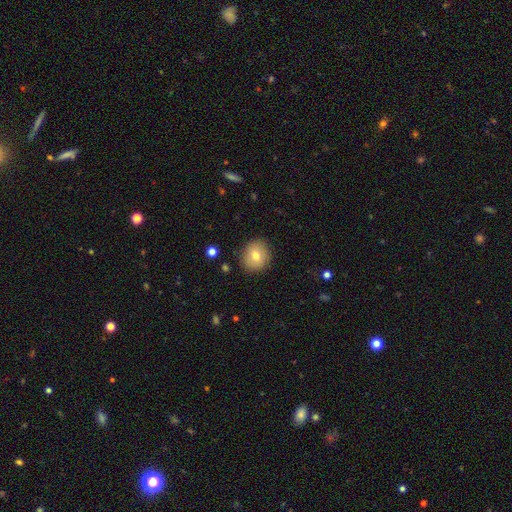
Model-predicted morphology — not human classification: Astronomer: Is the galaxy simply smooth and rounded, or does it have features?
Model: smooth — 74%.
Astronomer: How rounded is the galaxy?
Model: round — 83%.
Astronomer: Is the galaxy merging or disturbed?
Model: none — 87%.